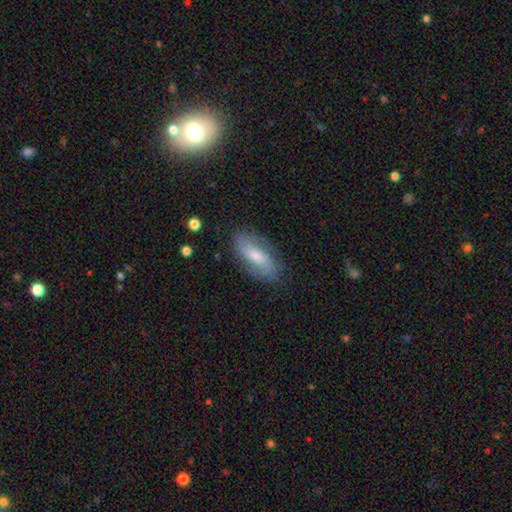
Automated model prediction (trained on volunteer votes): A smooth galaxy with no disk features (49%). Merging: none (78%).